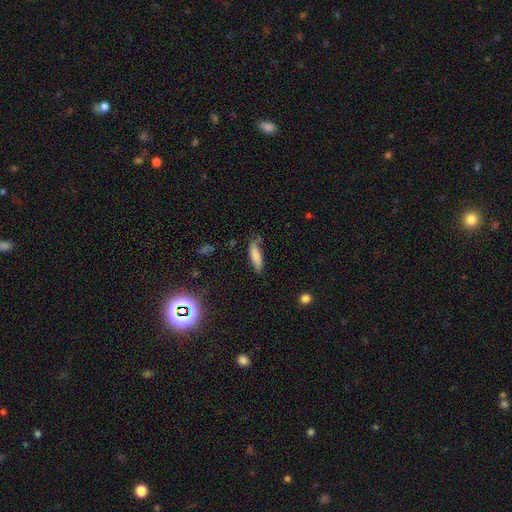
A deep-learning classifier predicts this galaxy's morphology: smooth_or_featured: smooth (p=0.82) [alt: featured or disk p=0.10]
how_rounded: cigar-shaped (p=0.55) [alt: in between p=0.43]
merging: none (p=0.67) [alt: minor disturbance p=0.24]